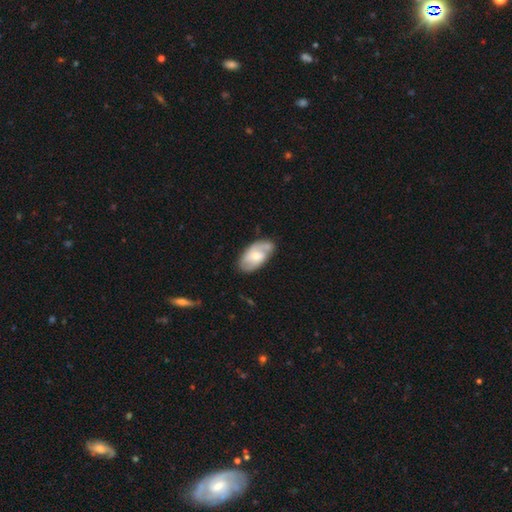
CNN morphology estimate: smooth_or_featured: featured or disk (p=0.59) [alt: smooth p=0.35]
disk_edge_on: no (p=0.94) [alt: yes p=0.06]
bar: no (p=0.56) [alt: weak p=0.37]
has_spiral_arms: yes (p=0.82) [alt: no p=0.18]
bulge_size: moderate (p=0.51) [alt: small p=0.41]
merging: none (p=0.64) [alt: minor disturbance p=0.24]